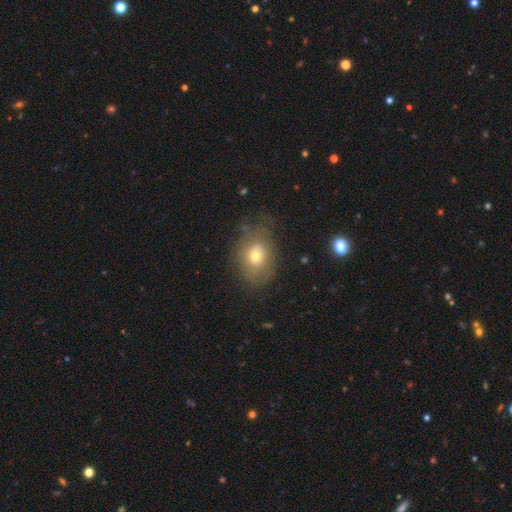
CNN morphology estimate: A smooth galaxy with no disk features (62%) that is in between round and cigar-shaped (65%). Merging: none (59%).